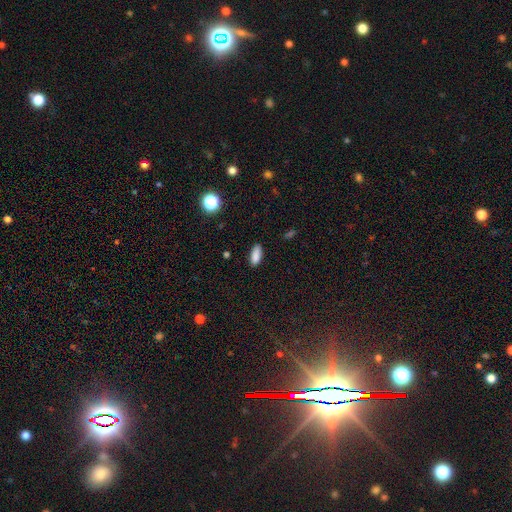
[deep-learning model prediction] smooth_or_featured: smooth (p=0.87) [alt: star or artifact p=0.09]
how_rounded: in between (p=0.80) [alt: cigar-shaped p=0.18]
merging: none (p=0.84) [alt: minor disturbance p=0.12]